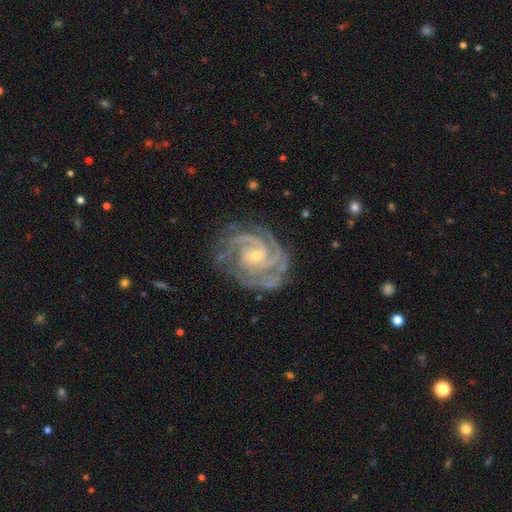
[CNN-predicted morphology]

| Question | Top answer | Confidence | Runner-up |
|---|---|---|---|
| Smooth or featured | featured or disk | 92% | star or artifact (5%) |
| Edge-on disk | no | 98% | yes (2%) |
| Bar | no | 54% | weak (35%) |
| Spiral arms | yes | 99% | no (1%) |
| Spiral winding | tight | 68% | medium (29%) |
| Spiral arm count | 3 | 39% | 2 (20%) |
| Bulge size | small | 74% | moderate (23%) |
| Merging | none | 74% | minor disturbance (18%) |